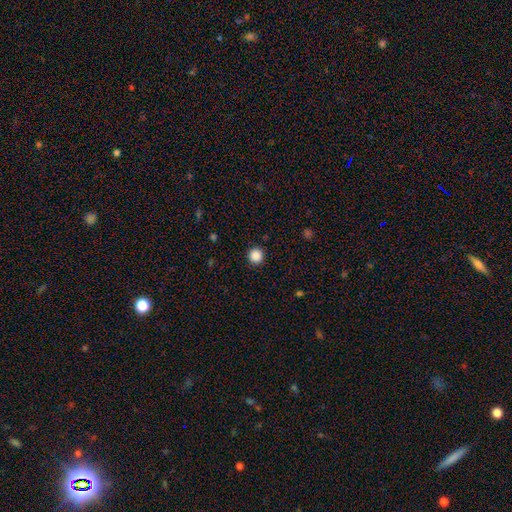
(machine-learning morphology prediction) Smooth or featured? smooth (88%)
How rounded? round (95%)
Merging? none (92%)